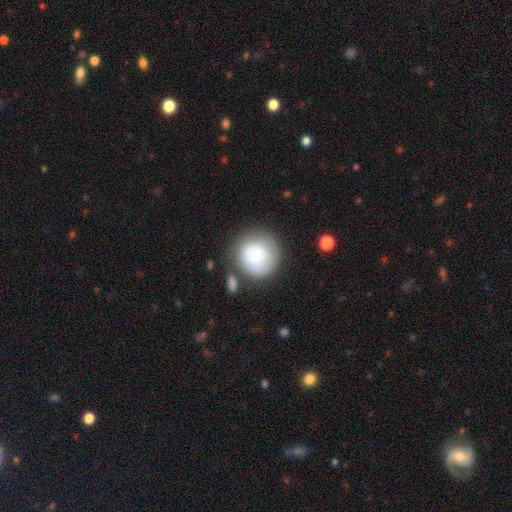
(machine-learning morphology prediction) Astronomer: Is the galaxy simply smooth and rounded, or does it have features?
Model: smooth — 70%.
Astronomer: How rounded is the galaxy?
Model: round — 92%.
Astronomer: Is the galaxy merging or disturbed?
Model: none — 65%.